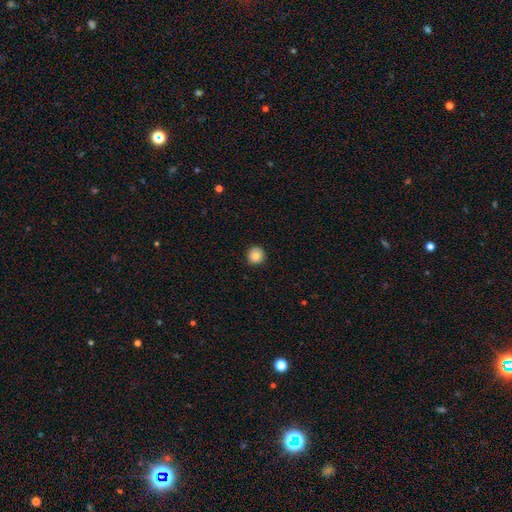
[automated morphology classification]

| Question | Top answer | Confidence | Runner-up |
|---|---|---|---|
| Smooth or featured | smooth | 87% | star or artifact (9%) |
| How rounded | round | 94% | in between (5%) |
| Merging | none | 91% | minor disturbance (7%) |